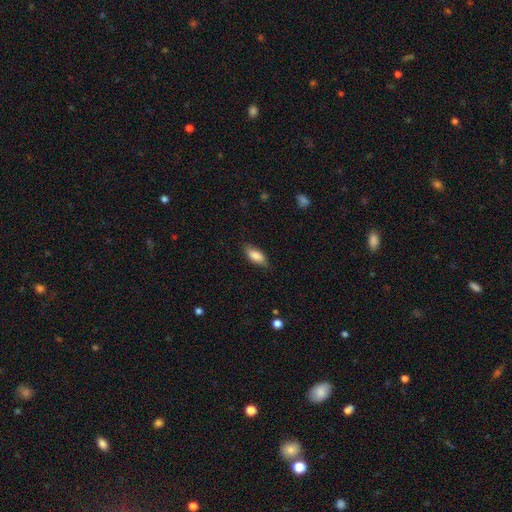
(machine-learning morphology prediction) A smooth galaxy with no disk features (84%) that is in between round and cigar-shaped (84%).

Vote fractions:
- Smooth or featured? smooth: 84% / featured or disk: 9% / star or artifact: 6%
- How rounded? in between: 84% / cigar-shaped: 13% / round: 2%
- Merging? none: 79% / minor disturbance: 16% / major disturbance: 3% / merger: 1%